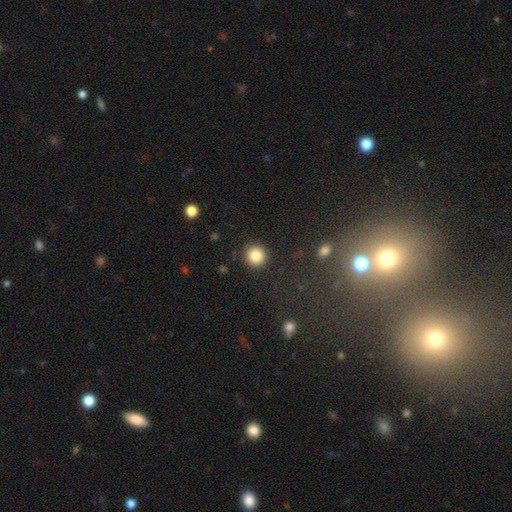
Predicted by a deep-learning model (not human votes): Overall: smooth (86%). How rounded: round (95%). Merging: none (91%).